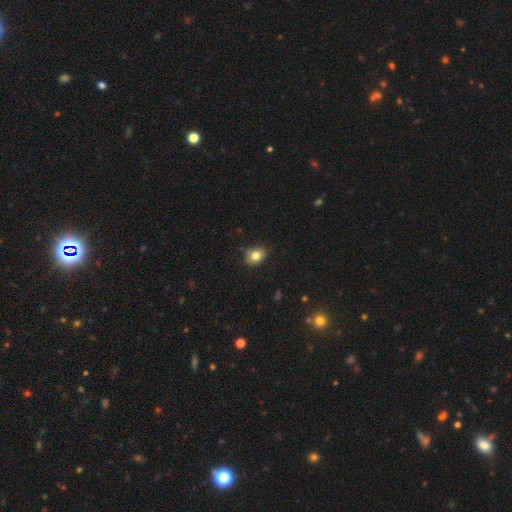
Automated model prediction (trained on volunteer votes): This appears to be a smooth galaxy with no disk features (80%) that is in between round and cigar-shaped (60%). Merging: none (73%).